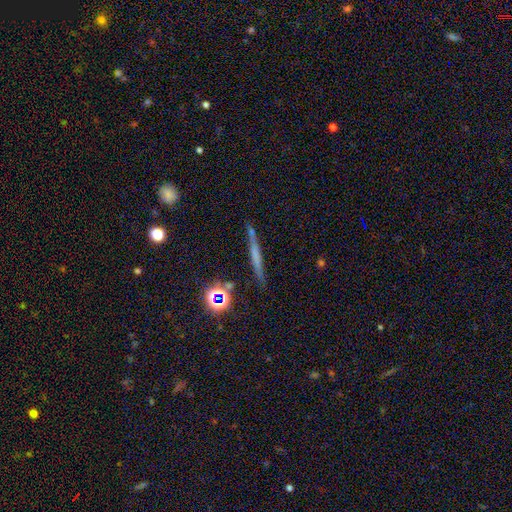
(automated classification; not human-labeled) Smooth or featured?
  - smooth: 43% *
  - featured or disk: 40%
  - star or artifact: 17%
Merging?
  - none: 81% *
  - minor disturbance: 13%
  - merger: 4%
  - major disturbance: 3%